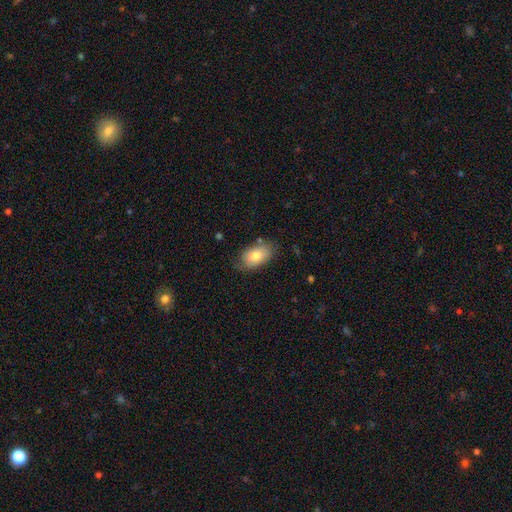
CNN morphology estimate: Smooth or featured: smooth — 77% (featured or disk — 16%)
How rounded: in between — 92% (round — 7%)
Merging: none — 69% (minor disturbance — 23%)